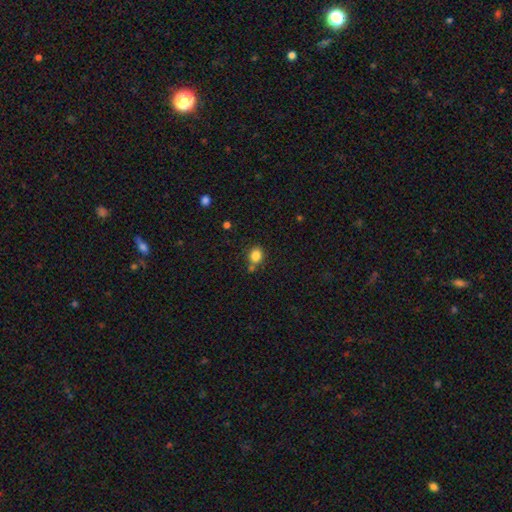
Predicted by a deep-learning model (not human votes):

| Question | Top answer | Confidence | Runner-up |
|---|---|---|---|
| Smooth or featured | smooth | 83% | star or artifact (11%) |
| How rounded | round | 66% | in between (33%) |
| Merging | none | 67% | minor disturbance (15%) |